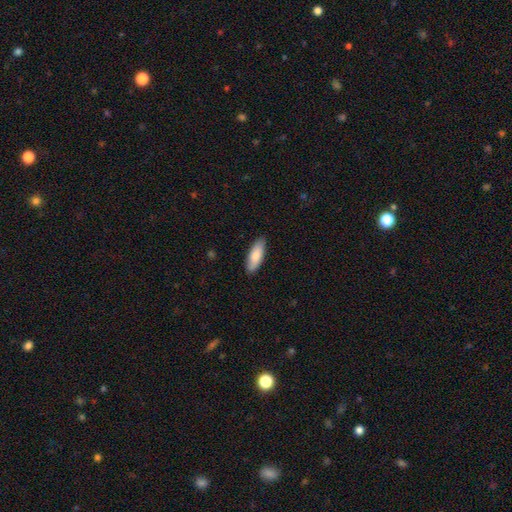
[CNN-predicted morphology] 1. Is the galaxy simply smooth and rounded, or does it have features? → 83% smooth, 12% featured or disk, 5% star or artifact.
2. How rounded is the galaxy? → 66% in between, 33% cigar-shaped, 2% round.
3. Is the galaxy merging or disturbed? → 85% none, 12% minor disturbance, 2% major disturbance, 1% merger.